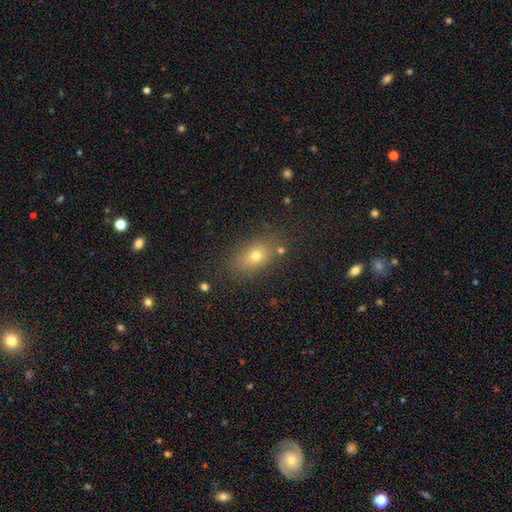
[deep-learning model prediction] This appears to be a smooth galaxy with no disk features (72%) that is in between round and cigar-shaped (77%). Merging: none (78%).